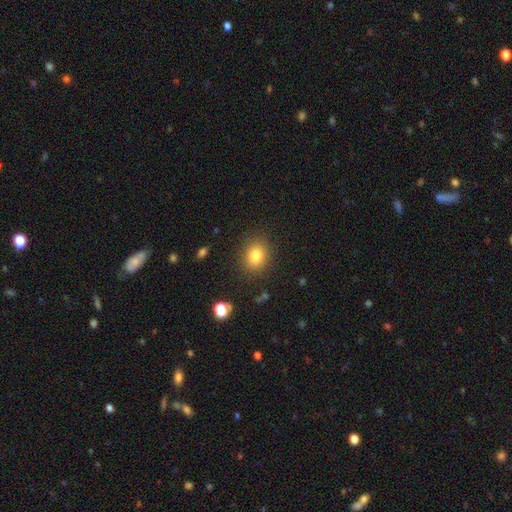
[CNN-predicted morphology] Smooth or featured? Predicted: smooth (p=0.80). How rounded? Predicted: round (p=0.61). Merging? Predicted: none (p=0.86).